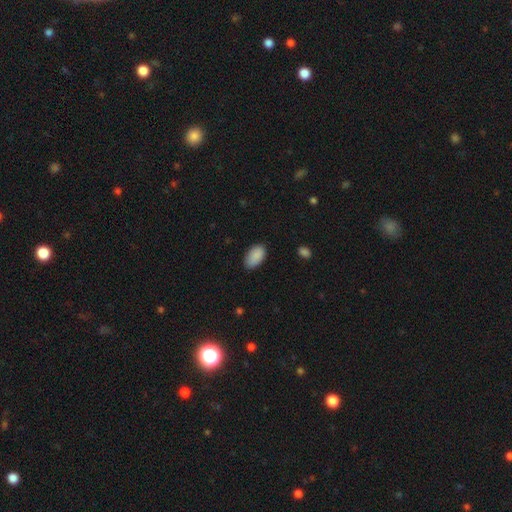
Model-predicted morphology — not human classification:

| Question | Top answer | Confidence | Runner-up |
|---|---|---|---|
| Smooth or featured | smooth | 89% | star or artifact (7%) |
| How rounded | in between | 94% | round (4%) |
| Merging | none | 79% | minor disturbance (17%) |